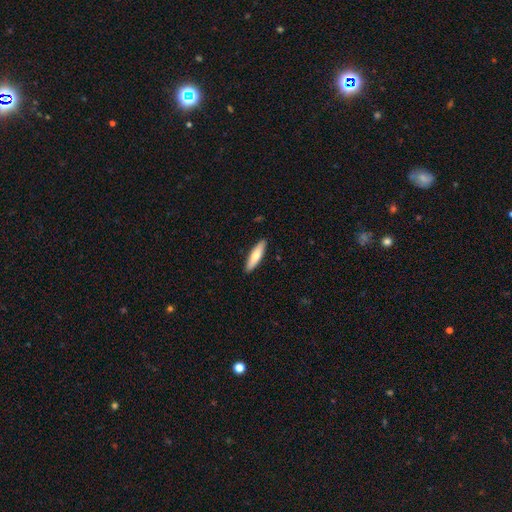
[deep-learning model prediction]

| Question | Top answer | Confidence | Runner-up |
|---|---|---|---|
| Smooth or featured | smooth | 74% | featured or disk (21%) |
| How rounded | cigar-shaped | 72% | in between (27%) |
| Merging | none | 90% | minor disturbance (7%) |